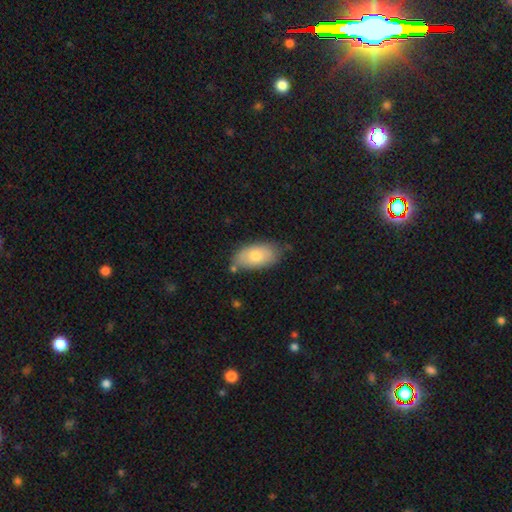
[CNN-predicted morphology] A smooth galaxy with no disk features (73%) that is in between round and cigar-shaped (93%). Merging: none (68%).